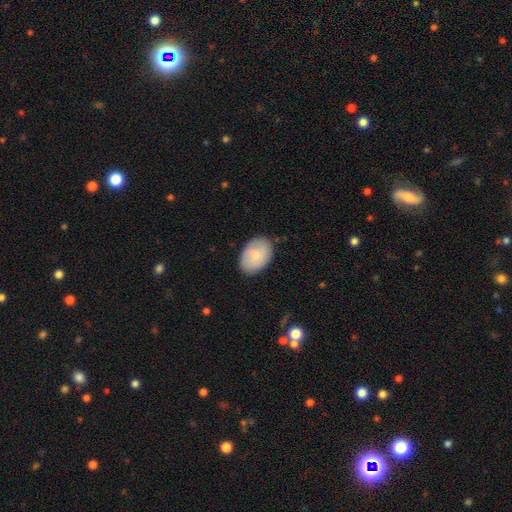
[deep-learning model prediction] Q: Smooth or featured?
A: smooth (80%); runner-up: featured or disk (14%)
Q: How rounded?
A: in between (86%); runner-up: round (13%)
Q: Merging?
A: none (83%); runner-up: minor disturbance (13%)